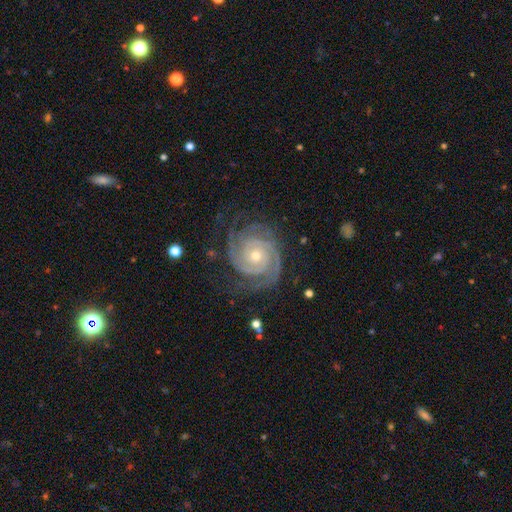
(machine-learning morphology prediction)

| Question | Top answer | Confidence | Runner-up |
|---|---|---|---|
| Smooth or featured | featured or disk | 93% | star or artifact (4%) |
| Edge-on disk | no | 98% | yes (2%) |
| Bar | no | 75% | weak (18%) |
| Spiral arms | yes | 99% | no (1%) |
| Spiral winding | tight | 80% | medium (18%) |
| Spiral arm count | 2 | 44% | 3 (29%) |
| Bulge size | small | 52% | moderate (46%) |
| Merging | none | 74% | minor disturbance (17%) |